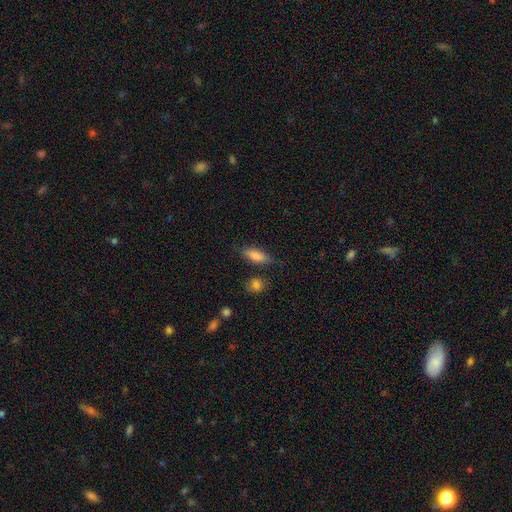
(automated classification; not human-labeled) Smooth or featured?
  - smooth: 81% *
  - featured or disk: 11%
  - star or artifact: 8%
How rounded?
  - in between: 68% *
  - cigar-shaped: 29%
  - round: 3%
Merging?
  - none: 77% *
  - minor disturbance: 16%
  - major disturbance: 4%
  - merger: 4%